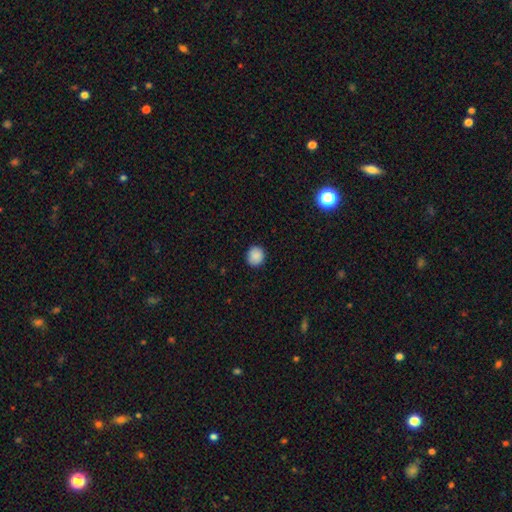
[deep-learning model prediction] Q: Smooth or featured?
A: smooth (89%); runner-up: star or artifact (8%)
Q: How rounded?
A: round (87%); runner-up: in between (12%)
Q: Merging?
A: none (91%); runner-up: minor disturbance (6%)